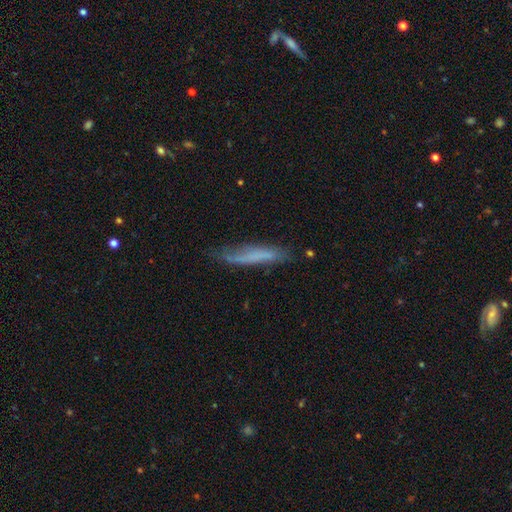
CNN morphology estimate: Smooth or featured? Predicted: smooth (p=0.53). How rounded? Predicted: cigar-shaped (p=0.90). Merging? Predicted: none (p=0.60).